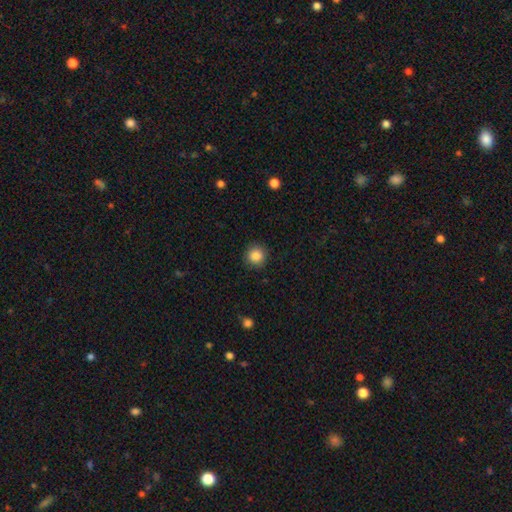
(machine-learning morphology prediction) A smooth galaxy with no disk features (87%) that is round (92%).

Vote fractions:
- Smooth or featured? smooth: 87% / star or artifact: 9% / featured or disk: 4%
- How rounded? round: 92% / in between: 7% / cigar-shaped: 1%
- Merging? none: 90% / minor disturbance: 7% / major disturbance: 2% / merger: 1%